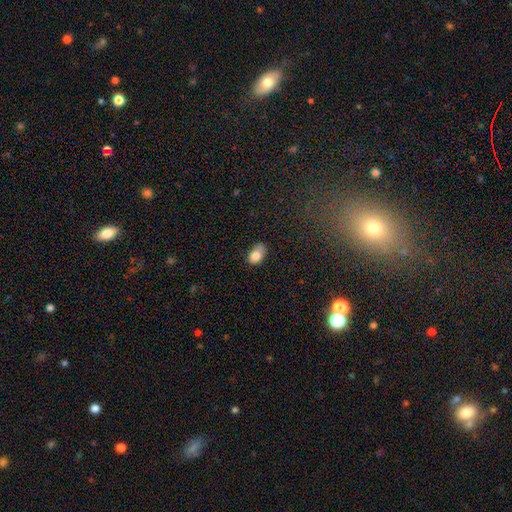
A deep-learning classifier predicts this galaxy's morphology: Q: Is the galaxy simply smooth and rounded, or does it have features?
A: smooth — 81%.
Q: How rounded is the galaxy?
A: in between — 85%.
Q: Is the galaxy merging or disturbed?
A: none — 56%.